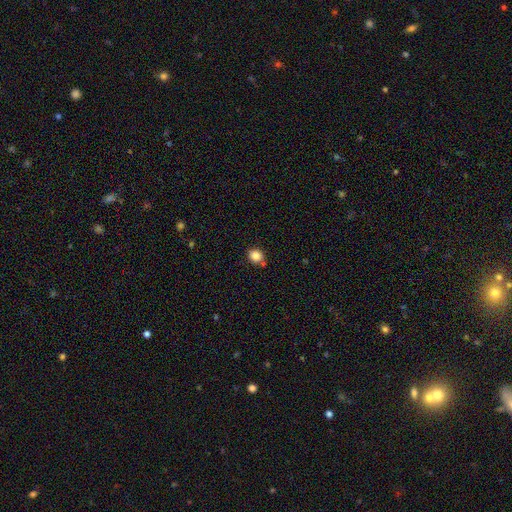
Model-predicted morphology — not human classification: Smooth or featured: smooth — 85% (star or artifact — 11%)
How rounded: round — 77% (in between — 22%)
Merging: none — 76% (minor disturbance — 12%)